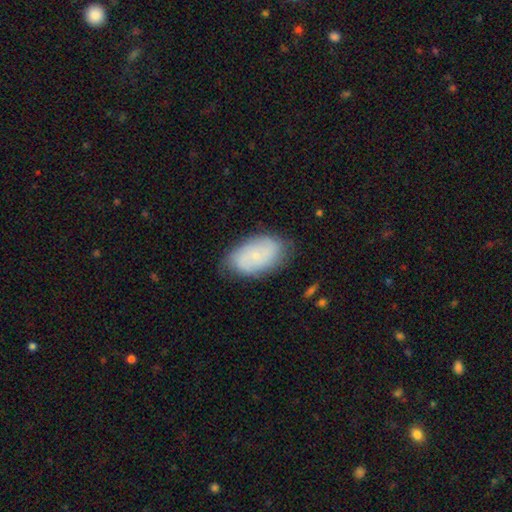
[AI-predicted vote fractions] This appears to be a featured or disk galaxy (46%, tied with smooth). Merging: none (75%).